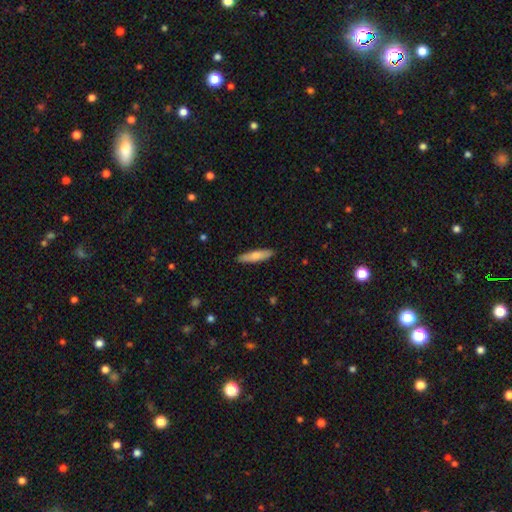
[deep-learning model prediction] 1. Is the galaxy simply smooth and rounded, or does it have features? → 74% smooth, 21% featured or disk, 5% star or artifact.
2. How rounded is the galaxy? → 78% cigar-shaped, 20% in between, 2% round.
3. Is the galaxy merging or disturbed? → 89% none, 8% minor disturbance, 2% major disturbance, 1% merger.